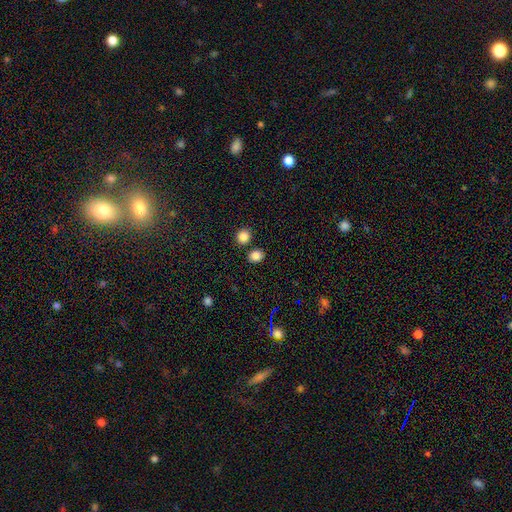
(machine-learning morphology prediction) The model was most divided on "how rounded": round: 62%, in between: 37%, cigar-shaped: 1%. More confident: smooth or featured — smooth (84%); merging — none (80%).